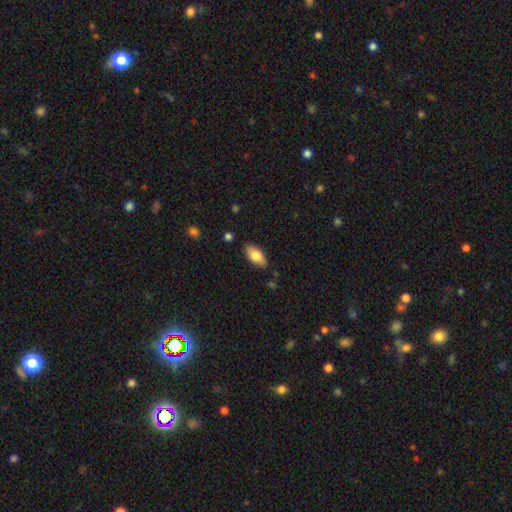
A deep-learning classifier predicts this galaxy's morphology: Smooth or featured: smooth — 81% (featured or disk — 13%)
How rounded: in between — 92% (cigar-shaped — 5%)
Merging: none — 84% (minor disturbance — 12%)